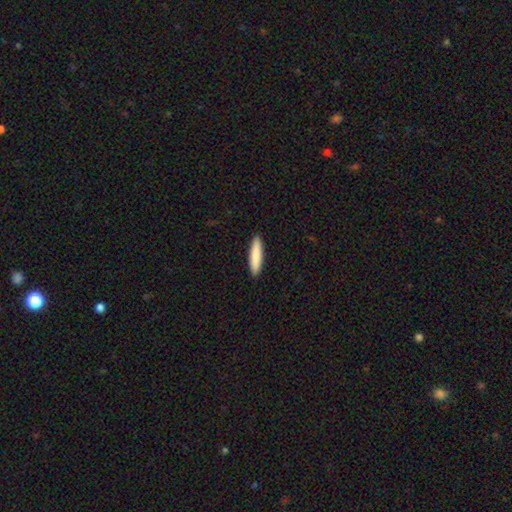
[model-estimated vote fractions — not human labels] smooth_or_featured: smooth (p=0.86) [alt: featured or disk p=0.09]
how_rounded: cigar-shaped (p=0.82) [alt: in between p=0.17]
merging: none (p=0.92) [alt: minor disturbance p=0.06]